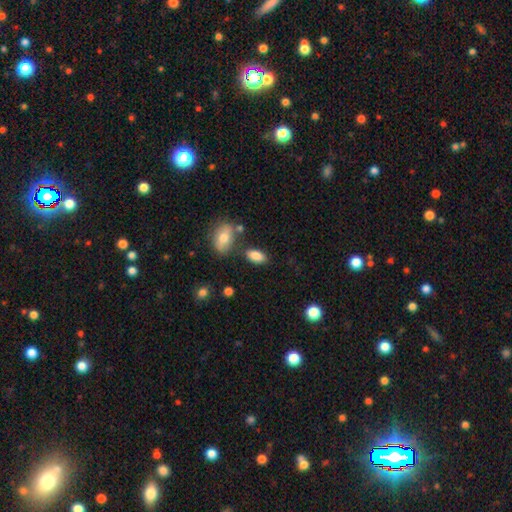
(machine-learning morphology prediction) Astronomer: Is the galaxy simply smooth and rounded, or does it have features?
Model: smooth — 86%.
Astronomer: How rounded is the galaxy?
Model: in between — 92%.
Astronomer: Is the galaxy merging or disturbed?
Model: none — 76%.